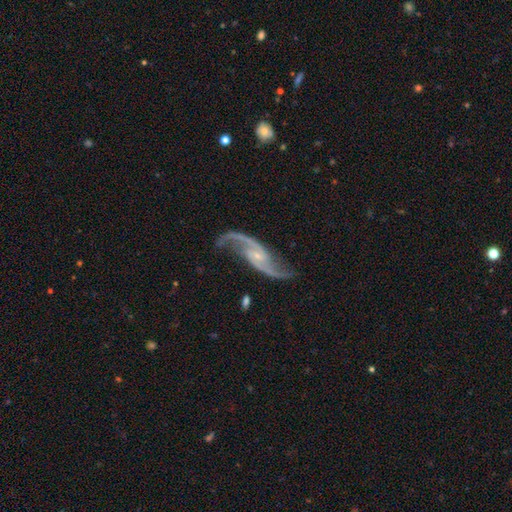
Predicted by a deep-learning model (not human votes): Q: Smooth or featured?
A: featured or disk (90%); runner-up: star or artifact (6%)
Q: Edge-on disk?
A: no (93%); runner-up: yes (7%)
Q: Bar?
A: no (48%); runner-up: weak (38%)
Q: Spiral arms?
A: yes (97%); runner-up: no (3%)
Q: Spiral winding?
A: loose (72%); runner-up: medium (22%)
Q: Spiral arm count?
A: 2 (93%); runner-up: 1 (2%)
Q: Bulge size?
A: small (59%); runner-up: moderate (28%)
Q: Merging?
A: none (75%); runner-up: minor disturbance (14%)